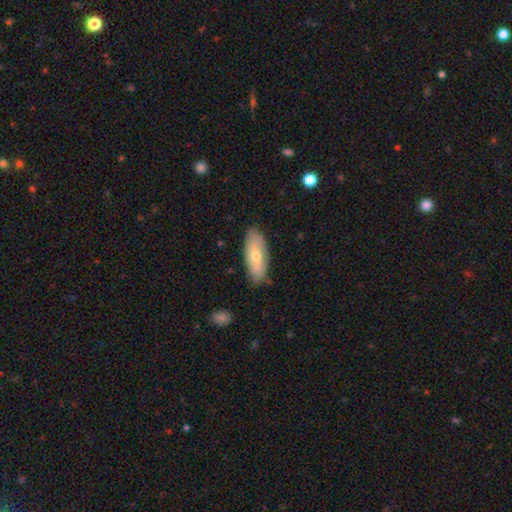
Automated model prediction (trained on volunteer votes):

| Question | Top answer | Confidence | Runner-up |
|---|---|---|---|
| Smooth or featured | smooth | 58% | featured or disk (36%) |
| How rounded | in between | 78% | cigar-shaped (20%) |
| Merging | none | 83% | minor disturbance (13%) |